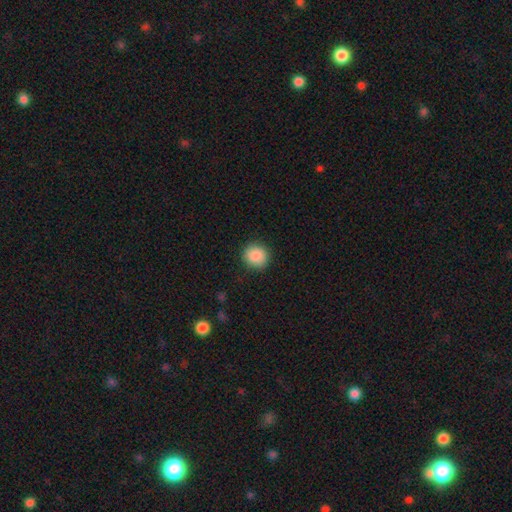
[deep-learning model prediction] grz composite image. It shows a smooth galaxy with no disk features (88%) that is round (89%). Merging: none (89%).